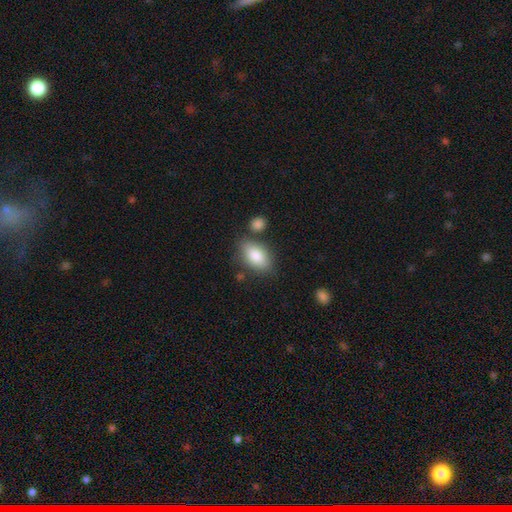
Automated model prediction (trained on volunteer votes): Morphology: type=smooth (84%); roundness=in between (91%); merging=none (71%).